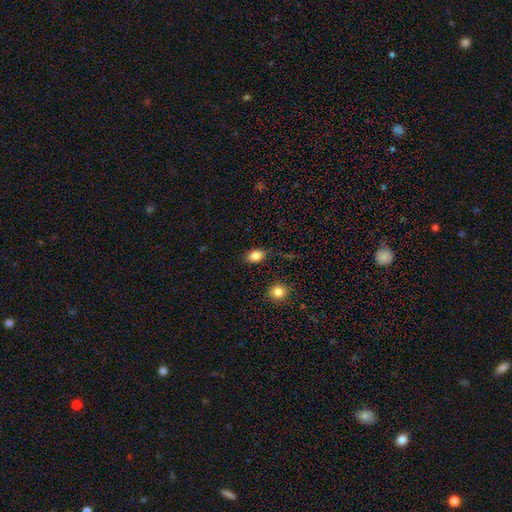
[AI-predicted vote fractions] Smooth or featured? Predicted: smooth (p=0.86). How rounded? Predicted: in between (p=0.79). Merging? Predicted: none (p=0.81).